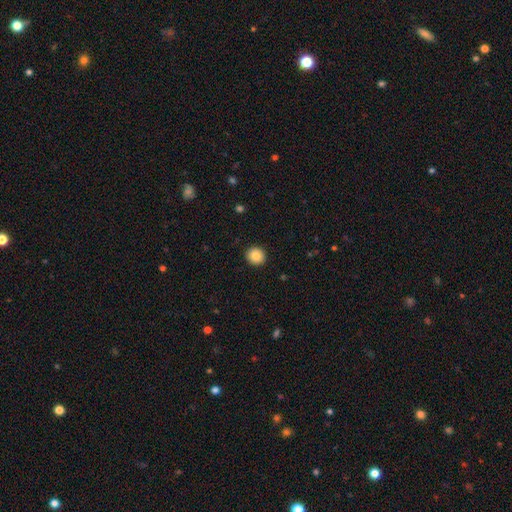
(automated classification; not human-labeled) This appears to be a smooth galaxy with no disk features (87%) that is round (90%). Merging: none (92%).